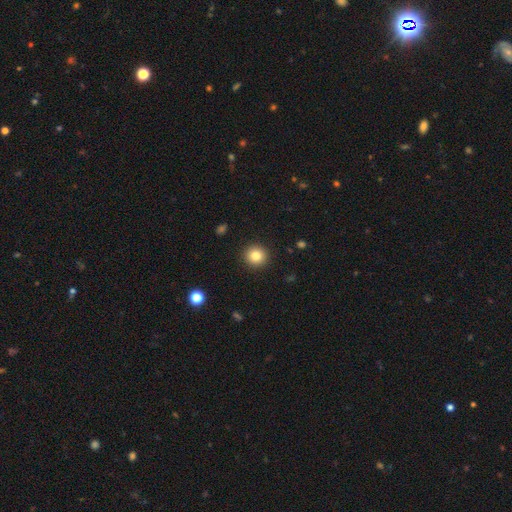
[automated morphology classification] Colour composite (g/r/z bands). It shows a smooth galaxy with no disk features (83%) that is round (94%). Merging: none (92%).